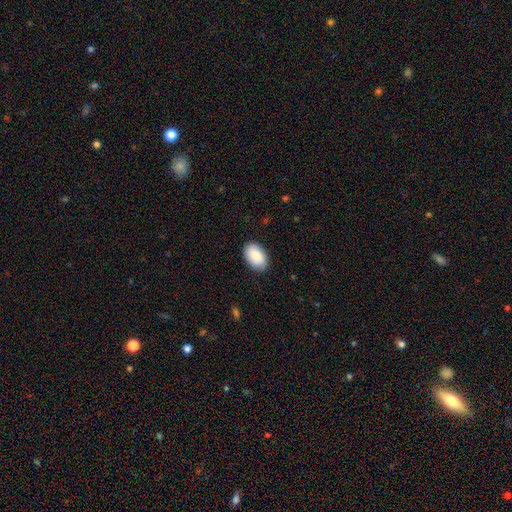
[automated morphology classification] A smooth galaxy with no disk features (88%) that is in between round and cigar-shaped (92%).

Vote fractions:
- Smooth or featured? smooth: 88% / featured or disk: 6% / star or artifact: 6%
- How rounded? in between: 92% / round: 7% / cigar-shaped: 1%
- Merging? none: 86% / minor disturbance: 11% / major disturbance: 2% / merger: 1%